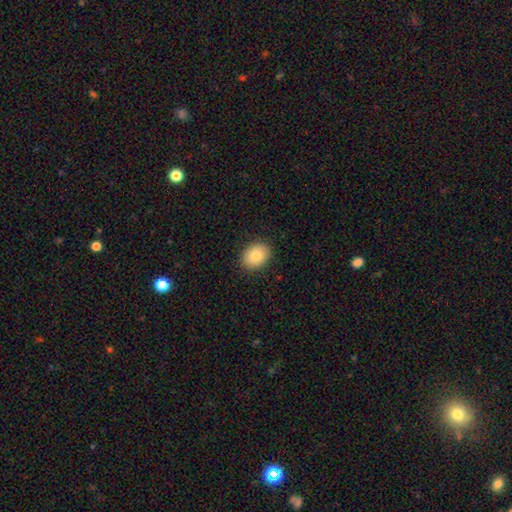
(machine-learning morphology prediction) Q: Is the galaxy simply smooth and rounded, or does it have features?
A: smooth — 83%.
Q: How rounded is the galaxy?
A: in between — 57%.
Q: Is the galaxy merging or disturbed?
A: none — 89%.